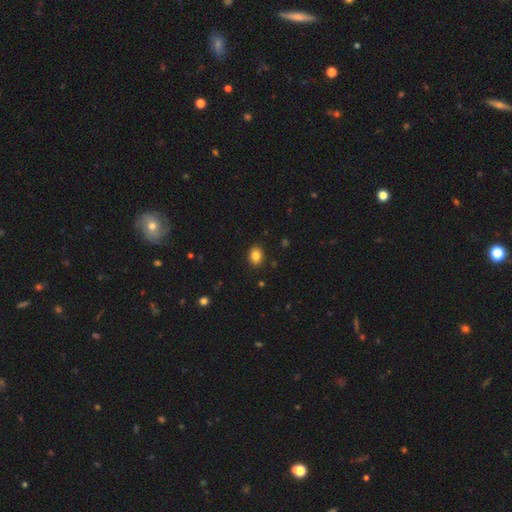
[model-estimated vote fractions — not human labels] smooth_or_featured: smooth (p=0.85) [alt: star or artifact p=0.10]
how_rounded: in between (p=0.65) [alt: round p=0.34]
merging: none (p=0.89) [alt: minor disturbance p=0.08]